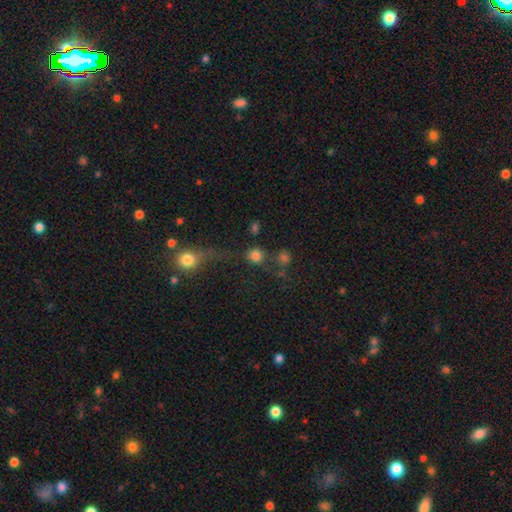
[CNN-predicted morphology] Smooth or featured: smooth — 78% (star or artifact — 14%)
How rounded: round — 86% (in between — 12%)
Merging: none — 59% (merger — 19%)